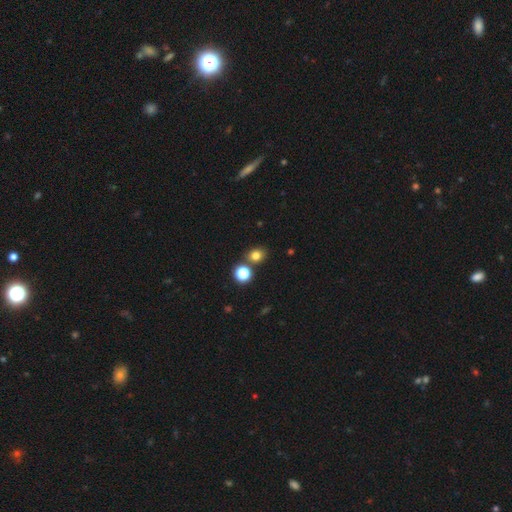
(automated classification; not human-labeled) Smooth or featured?
  - smooth: 77% *
  - star or artifact: 17%
  - featured or disk: 6%
How rounded?
  - round: 68% *
  - in between: 31%
  - cigar-shaped: 1%
Merging?
  - none: 76% *
  - merger: 13%
  - minor disturbance: 9%
  - major disturbance: 3%